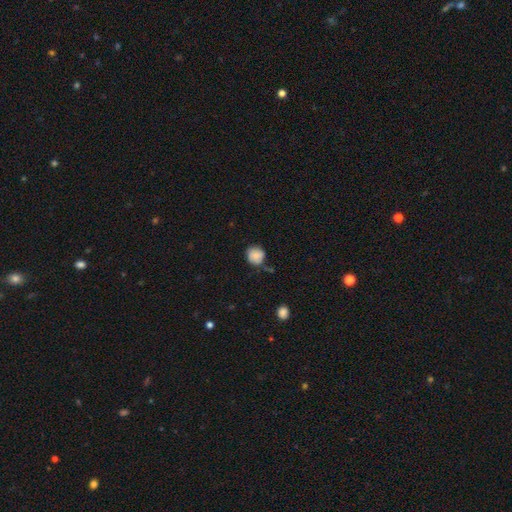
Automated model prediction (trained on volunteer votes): Smooth or featured? Predicted: smooth (p=0.80). How rounded? Predicted: round (p=0.84). Merging? Predicted: none (p=0.67).